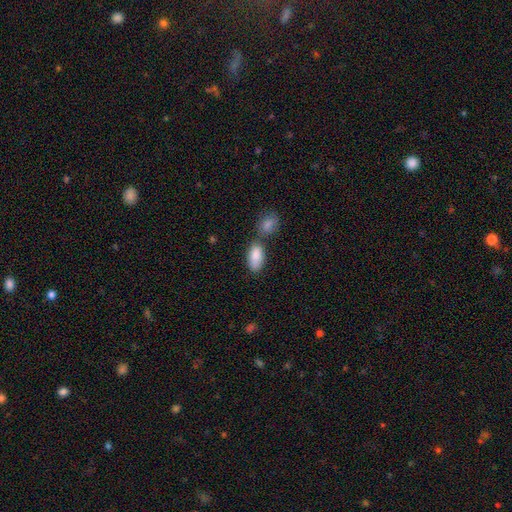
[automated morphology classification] A smooth galaxy with no disk features (87%) that is in between round and cigar-shaped (91%). Merging: none (49%).